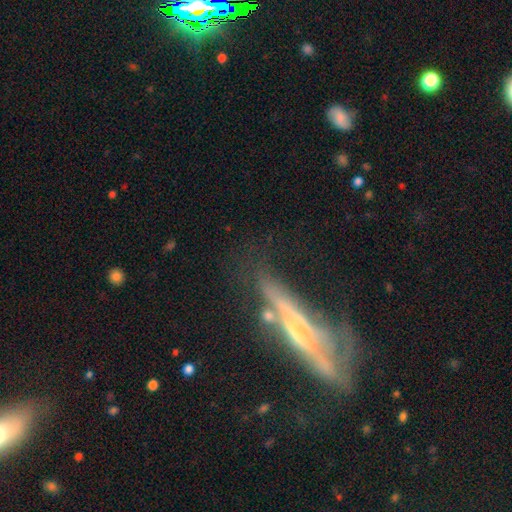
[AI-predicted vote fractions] smooth_or_featured: featured or disk (p=0.66) [alt: smooth p=0.23]
disk_edge_on: yes (p=0.71) [alt: no p=0.29]
merging: none (p=0.47) [alt: minor disturbance p=0.23]